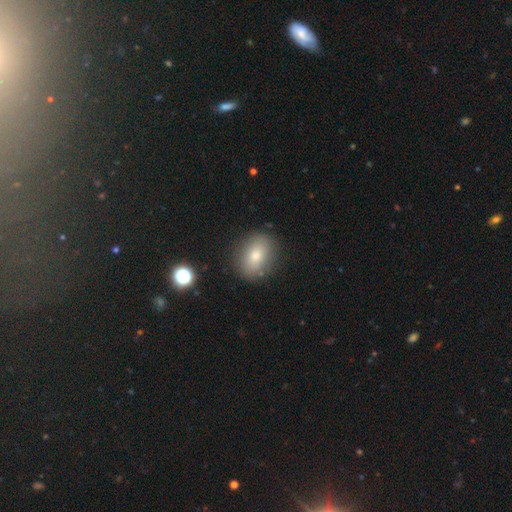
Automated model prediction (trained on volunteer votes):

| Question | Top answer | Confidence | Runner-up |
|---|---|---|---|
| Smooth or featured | smooth | 78% | featured or disk (12%) |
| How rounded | in between | 60% | round (38%) |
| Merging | none | 84% | minor disturbance (11%) |